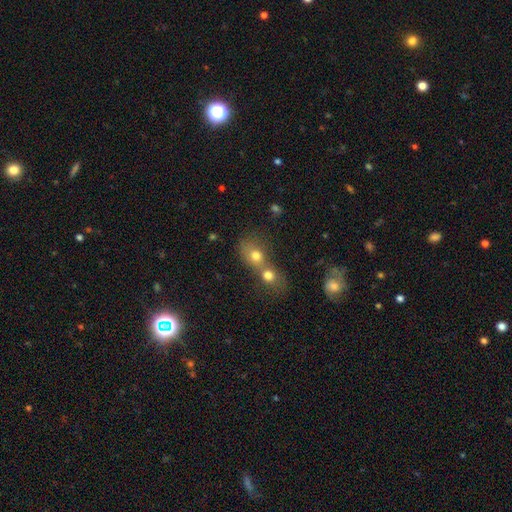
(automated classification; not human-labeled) The model was most divided on "how rounded": round: 63%, in between: 35%, cigar-shaped: 2%. More confident: smooth or featured — smooth (72%); merging — merger (67%).